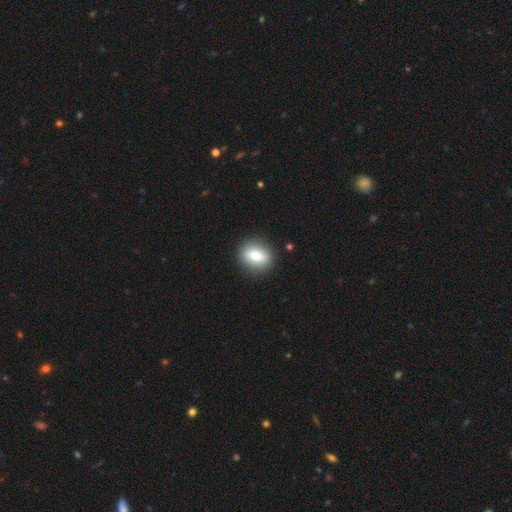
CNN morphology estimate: This appears to be a smooth galaxy with no disk features (79%) that is round (52%). Merging: none (88%).